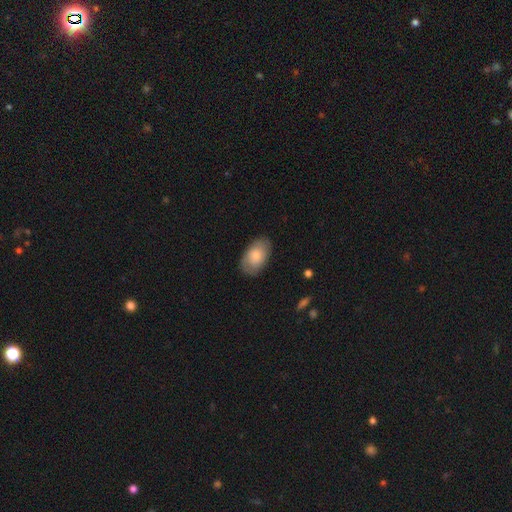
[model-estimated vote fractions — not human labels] A smooth galaxy with no disk features (74%) that is in between round and cigar-shaped (91%). Merging: none (81%).